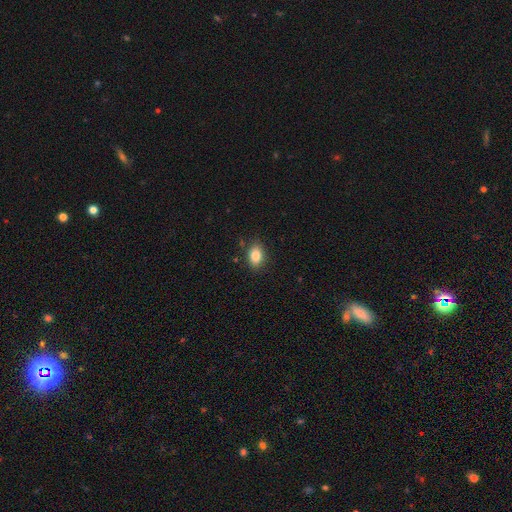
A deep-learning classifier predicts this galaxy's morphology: This appears to be a smooth galaxy with no disk features (84%) that is in between round and cigar-shaped (80%). Merging: none (83%).